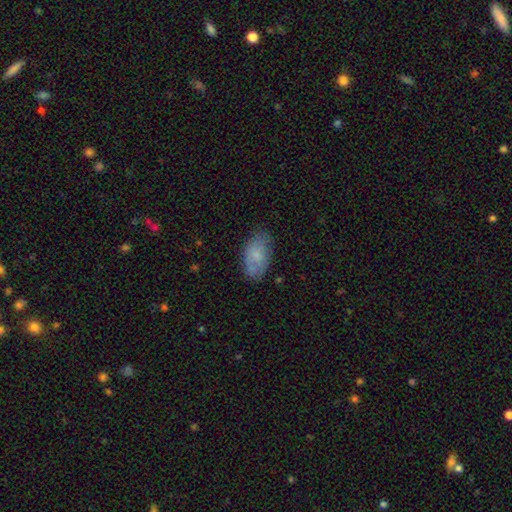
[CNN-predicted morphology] A smooth galaxy with no disk features (73%) that is in between round and cigar-shaped (94%). Merging: none (73%).